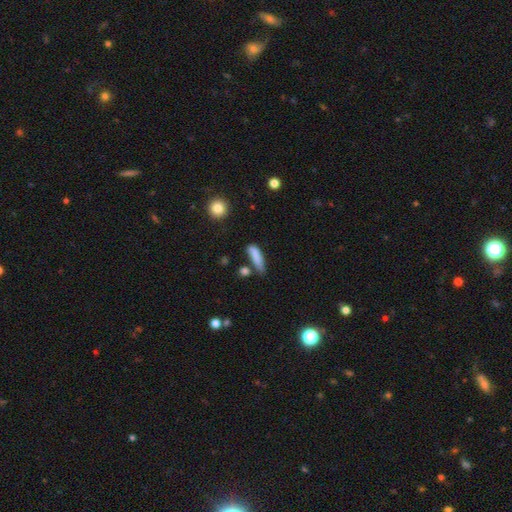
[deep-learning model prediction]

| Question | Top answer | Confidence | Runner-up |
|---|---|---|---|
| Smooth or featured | smooth | 81% | featured or disk (11%) |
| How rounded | cigar-shaped | 65% | in between (32%) |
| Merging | none | 50% | minor disturbance (30%) |